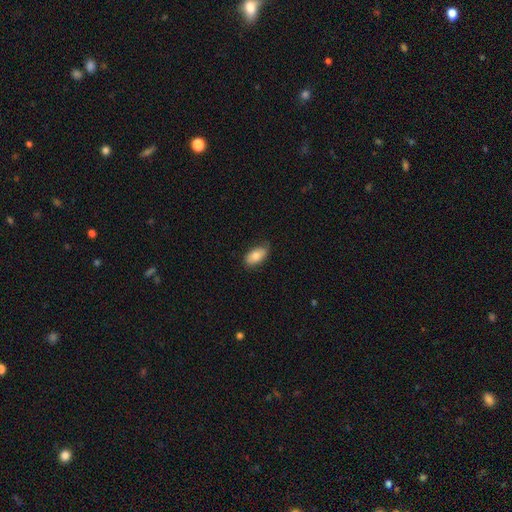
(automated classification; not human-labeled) Q: Smooth or featured?
A: smooth (80%); runner-up: featured or disk (13%)
Q: How rounded?
A: in between (93%); runner-up: round (4%)
Q: Merging?
A: none (78%); runner-up: minor disturbance (18%)